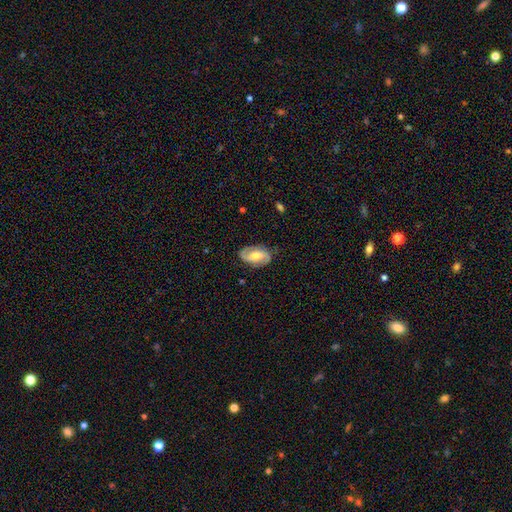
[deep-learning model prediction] Smooth or featured? featured or disk (75%)
Edge-on disk? no (96%)
Bar? weak (43%)
Spiral arms? yes (93%)
Spiral winding? medium (46%)
Spiral arm count? 2 (90%)
Bulge size? moderate (64%)
Merging? none (82%)